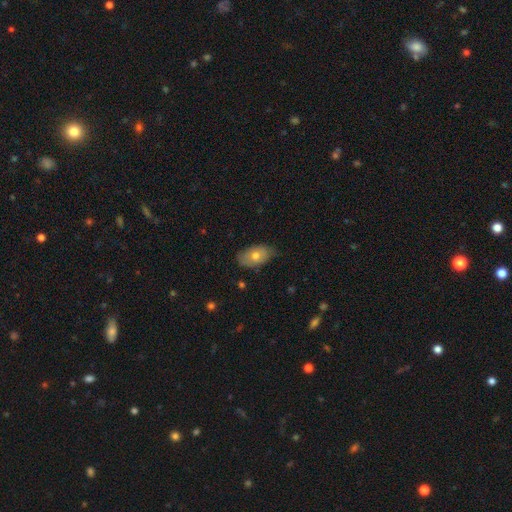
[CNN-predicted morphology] Overall: smooth (67%). How rounded: in between (90%). Merging: none (71%).